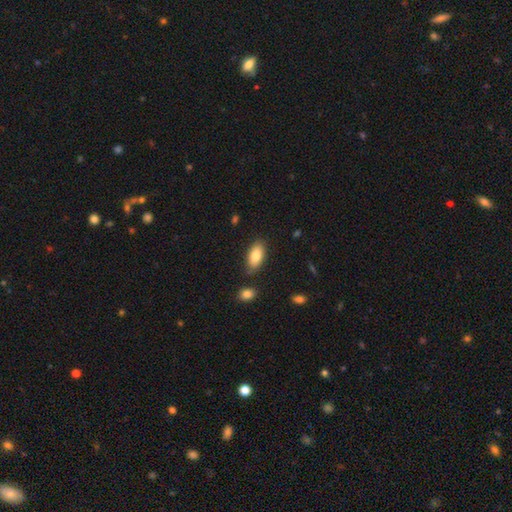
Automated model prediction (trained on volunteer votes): The model was most divided on "smooth or featured": smooth: 82%, featured or disk: 11%, star or artifact: 7%. More confident: how rounded — in between (90%); merging — none (83%).